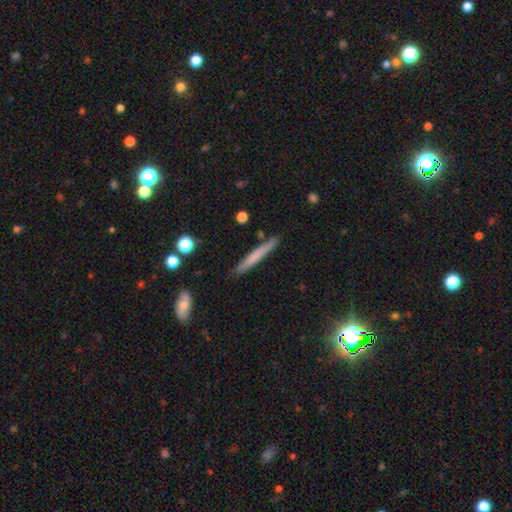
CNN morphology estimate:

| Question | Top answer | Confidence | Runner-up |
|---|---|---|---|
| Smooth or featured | smooth | 63% | featured or disk (30%) |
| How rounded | cigar-shaped | 96% | in between (3%) |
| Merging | none | 87% | minor disturbance (9%) |